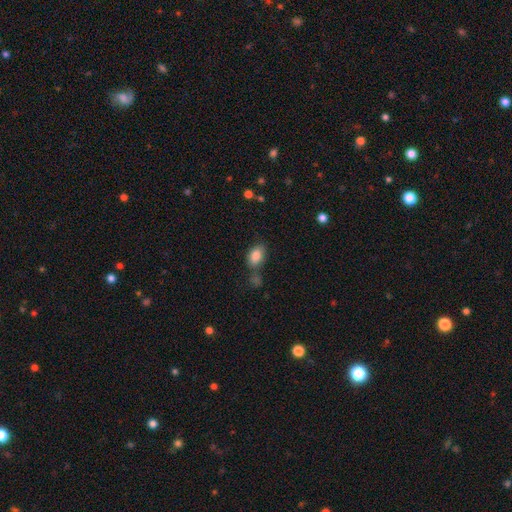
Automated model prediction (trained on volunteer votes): Smooth or featured? Predicted: smooth (p=0.85). How rounded? Predicted: in between (p=0.86). Merging? Predicted: none (p=0.64).